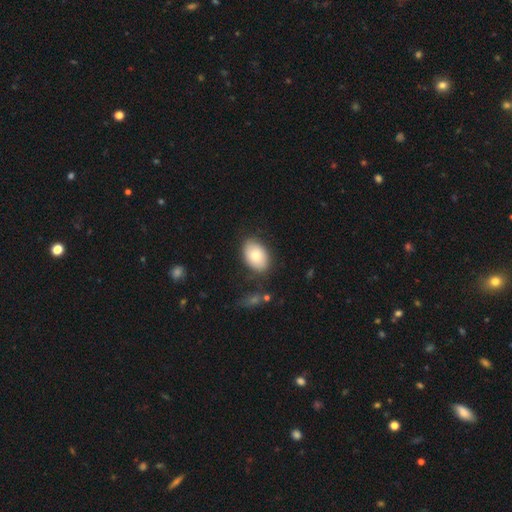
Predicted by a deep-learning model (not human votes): smooth_or_featured: smooth (p=0.78) [alt: featured or disk p=0.15]
how_rounded: in between (p=0.86) [alt: round p=0.13]
merging: none (p=0.79) [alt: minor disturbance p=0.14]